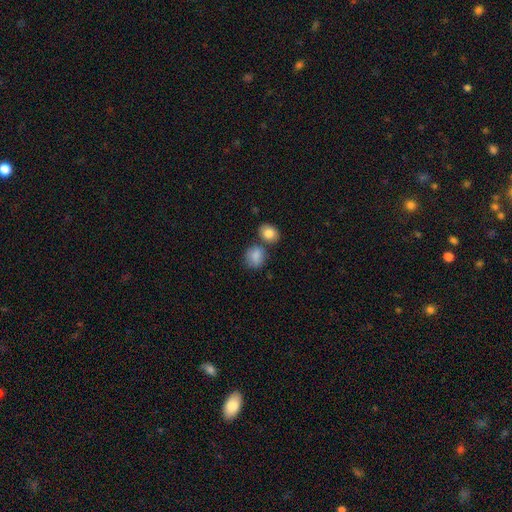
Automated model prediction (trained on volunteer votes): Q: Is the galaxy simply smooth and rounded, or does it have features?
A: smooth — 84%.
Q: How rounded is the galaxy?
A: round — 63%.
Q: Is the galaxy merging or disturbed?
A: none — 57%.